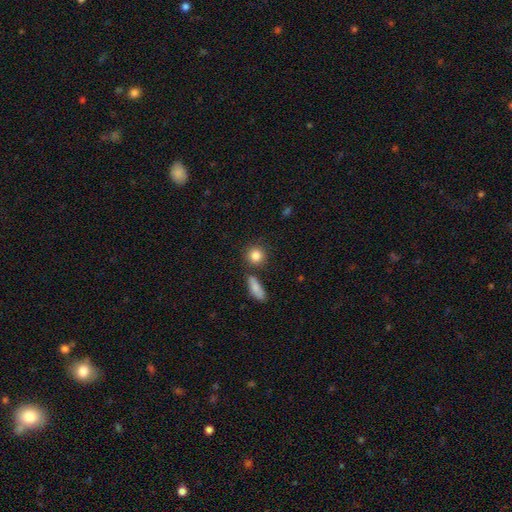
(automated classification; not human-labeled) Smooth or featured? Predicted: smooth (p=0.86). How rounded? Predicted: round (p=0.84). Merging? Predicted: none (p=0.78).